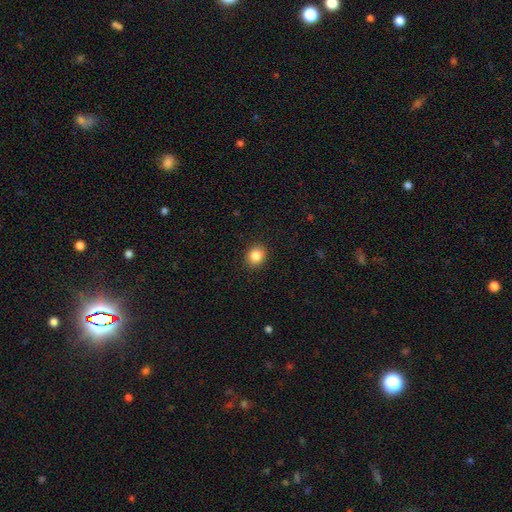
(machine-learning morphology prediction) The model was most divided on "how rounded": round: 75%, in between: 24%, cigar-shaped: 1%. More confident: merging — none (89%); smooth or featured — smooth (85%).